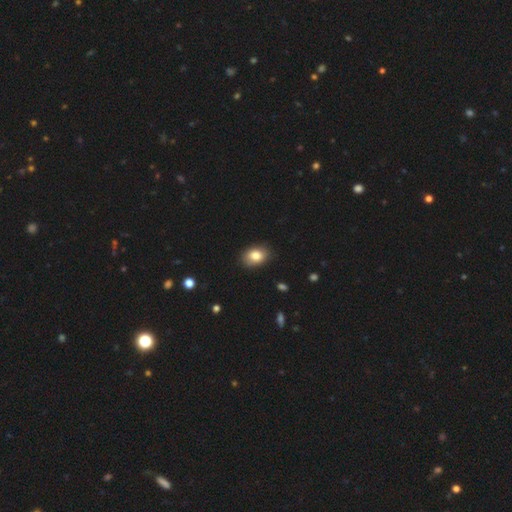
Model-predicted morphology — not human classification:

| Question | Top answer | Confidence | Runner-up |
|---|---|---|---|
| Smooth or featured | smooth | 82% | featured or disk (9%) |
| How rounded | in between | 75% | round (24%) |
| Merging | none | 84% | minor disturbance (12%) |